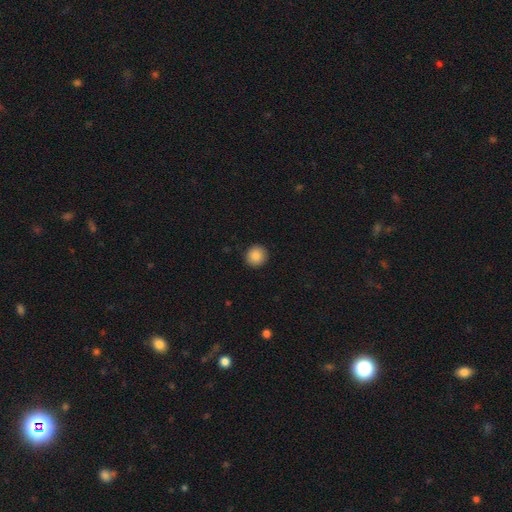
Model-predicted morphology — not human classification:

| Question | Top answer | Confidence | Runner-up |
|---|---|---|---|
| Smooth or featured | smooth | 88% | star or artifact (9%) |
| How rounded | round | 92% | in between (7%) |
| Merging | none | 92% | minor disturbance (5%) |